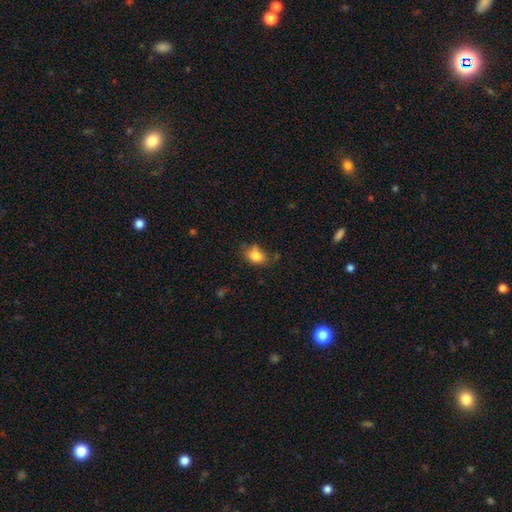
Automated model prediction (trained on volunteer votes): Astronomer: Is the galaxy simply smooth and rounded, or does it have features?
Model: smooth — 81%.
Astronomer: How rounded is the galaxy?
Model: in between — 68%.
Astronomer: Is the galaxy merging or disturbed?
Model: none — 57%.